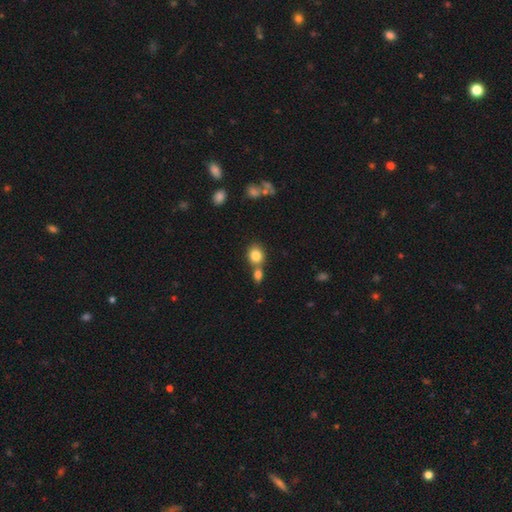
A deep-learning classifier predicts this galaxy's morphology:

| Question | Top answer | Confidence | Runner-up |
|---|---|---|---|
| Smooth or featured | smooth | 82% | star or artifact (10%) |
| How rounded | round | 70% | in between (29%) |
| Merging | none | 50% | merger (38%) |